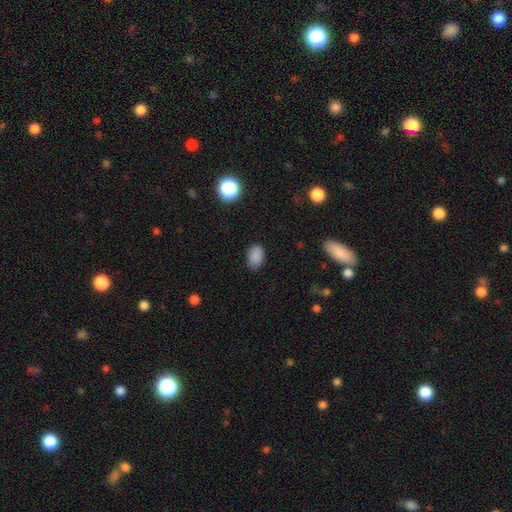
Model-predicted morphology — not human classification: Smooth or featured: smooth — 85% (star or artifact — 11%)
How rounded: in between — 85% (round — 13%)
Merging: none — 79% (minor disturbance — 17%)